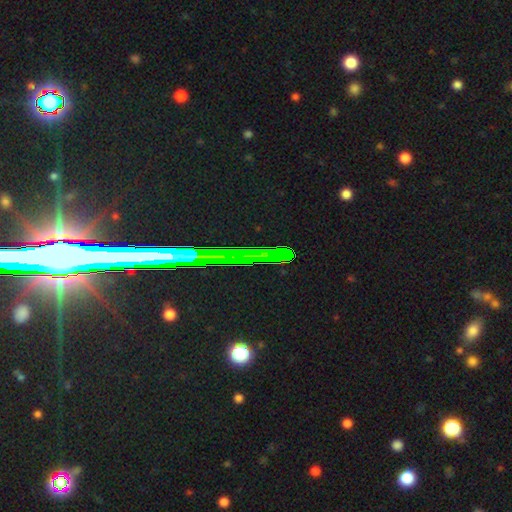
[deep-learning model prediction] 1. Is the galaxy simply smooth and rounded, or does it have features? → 68% star or artifact, 17% featured or disk, 15% smooth.